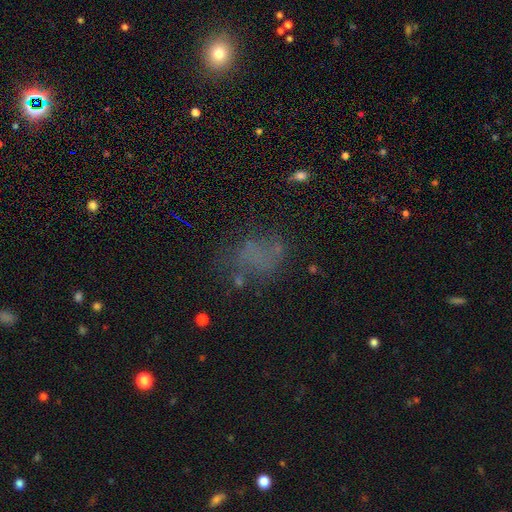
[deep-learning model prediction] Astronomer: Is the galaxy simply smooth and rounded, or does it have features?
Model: smooth — 47% (runner-up: featured or disk, 26%).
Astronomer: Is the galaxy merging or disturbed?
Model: none — 54%.